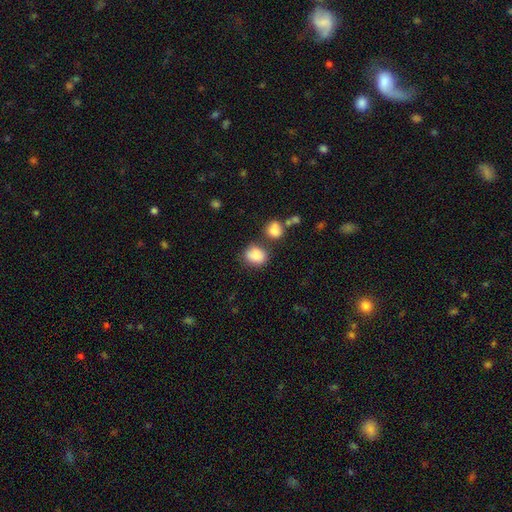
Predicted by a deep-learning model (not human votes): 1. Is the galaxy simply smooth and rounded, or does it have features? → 84% smooth, 9% star or artifact, 7% featured or disk.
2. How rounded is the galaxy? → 54% round, 45% in between, 1% cigar-shaped.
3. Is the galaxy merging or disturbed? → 63% none, 16% minor disturbance, 16% merger, 5% major disturbance.